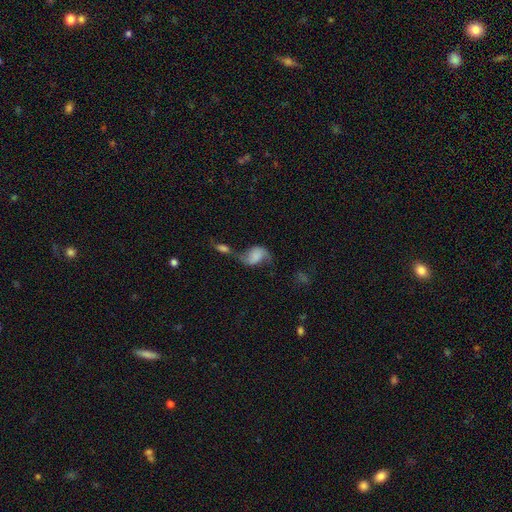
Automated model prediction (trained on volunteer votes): Smooth or featured?
  - featured or disk: 56% *
  - smooth: 35%
  - star or artifact: 9%
Edge-on disk?
  - no: 97% *
  - yes: 3%
Bar?
  - no: 64% *
  - weak: 27%
  - strong: 9%
Spiral arms?
  - yes: 86% *
  - no: 14%
Bulge size?
  - none: 50% *
  - large: 17%
  - small: 13%
  - moderate: 11%
  - dominant: 9%
Merging?
  - merger: 39% *
  - none: 28%
  - major disturbance: 18%
  - minor disturbance: 16%